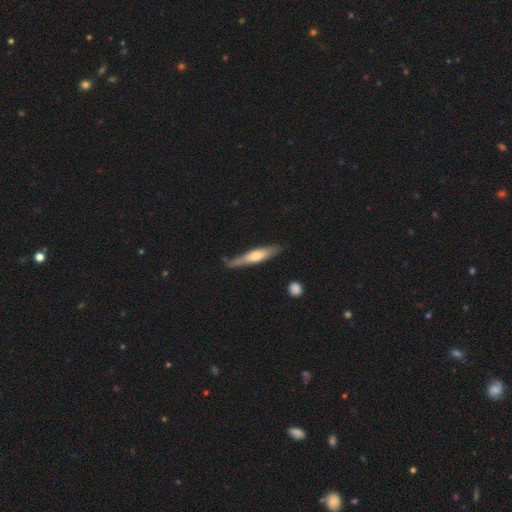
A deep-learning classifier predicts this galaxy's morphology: smooth_or_featured: smooth (p=0.48) [alt: featured or disk p=0.47]
merging: none (p=0.68) [alt: minor disturbance p=0.23]